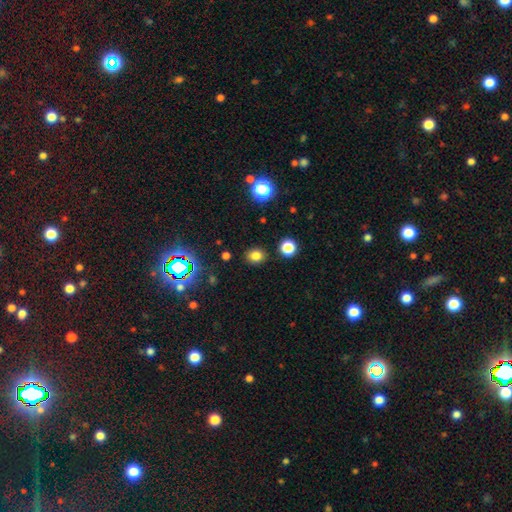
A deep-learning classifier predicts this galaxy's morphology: Overall: smooth (77%). How rounded: round (65%; in between 34%). Merging: none (87%).